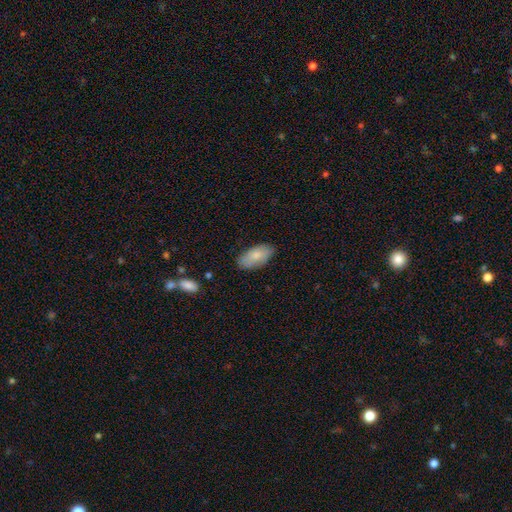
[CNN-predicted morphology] Smooth or featured? smooth (80%)
How rounded? in between (93%)
Merging? none (81%)